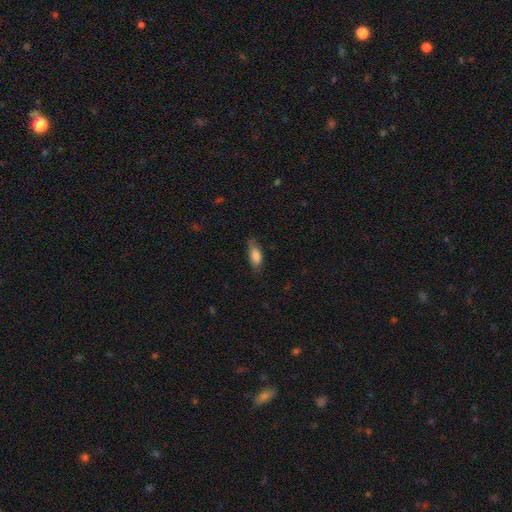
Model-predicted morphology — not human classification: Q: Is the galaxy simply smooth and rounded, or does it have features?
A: smooth — 80%.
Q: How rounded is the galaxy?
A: in between — 80%.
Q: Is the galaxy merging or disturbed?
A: none — 66%.